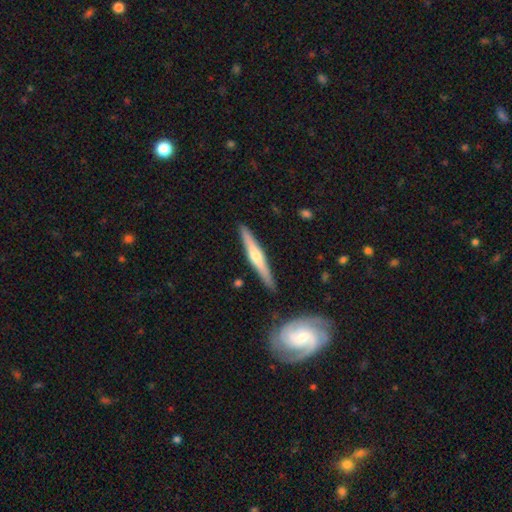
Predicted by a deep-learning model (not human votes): A featured or disk galaxy (66%) viewed edge-on (96%) with a rounded central bulge (85%). Merging: none (88%).